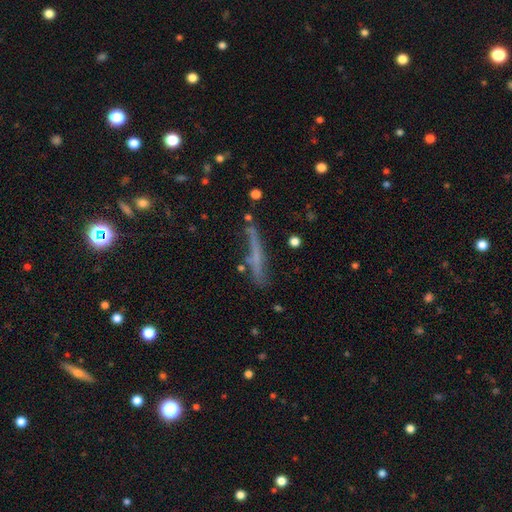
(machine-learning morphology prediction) type=smooth (44%); merging=none (57%).